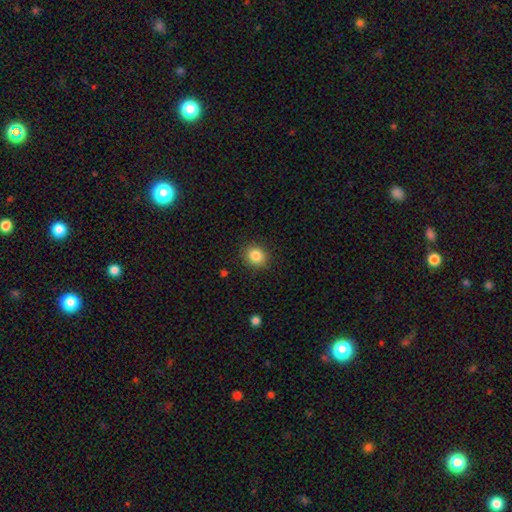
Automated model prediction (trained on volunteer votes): smooth-or-featured: smooth: 85% | star or artifact: 10% | featured or disk: 5%
  how-rounded: round: 75% | in between: 25% | cigar-shaped: 1%
  merging: none: 88% | minor disturbance: 8% | major disturbance: 2% | merger: 1%